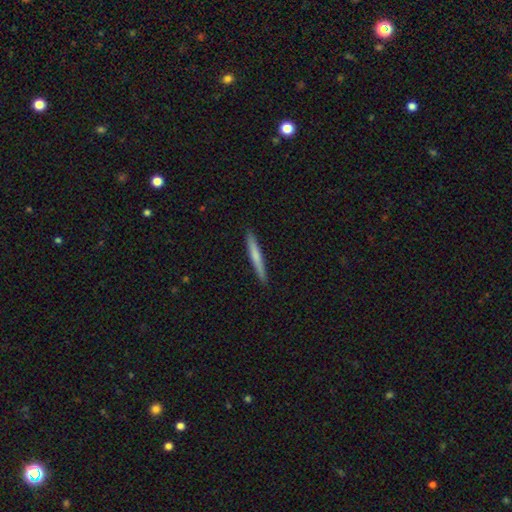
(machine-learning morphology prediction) Smooth or featured? Predicted: smooth (p=0.65). How rounded? Predicted: cigar-shaped (p=0.96). Merging? Predicted: none (p=0.91).